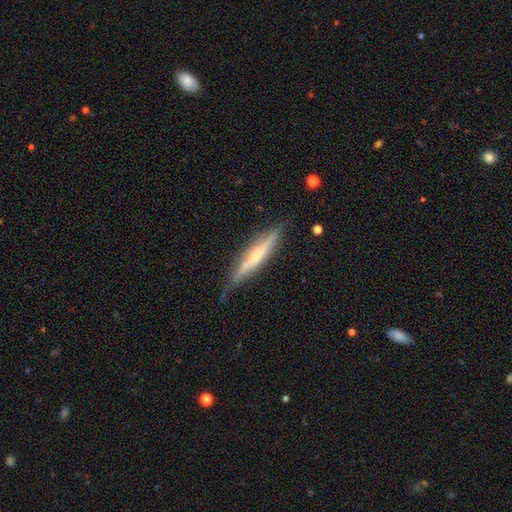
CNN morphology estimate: The model was most divided on "edge-on bulge": rounded: 53%, none: 33%, boxy: 14%. More confident: edge-on disk — yes (94%); merging — none (76%); smooth or featured — featured or disk (61%).